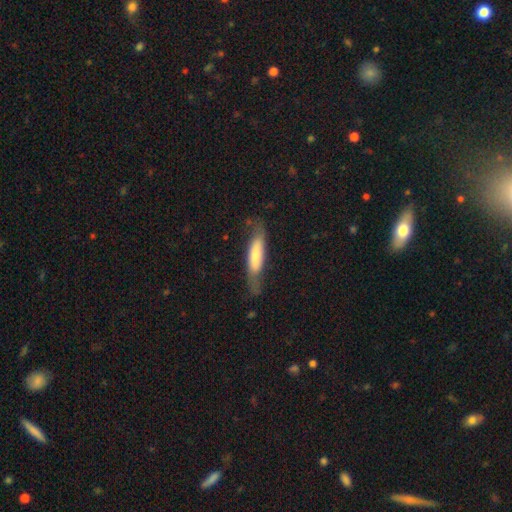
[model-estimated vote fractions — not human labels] smooth 66%, featured or disk 28%, star or artifact 6%. Down the decision tree: how rounded — cigar-shaped (66%); merging — none (62%).